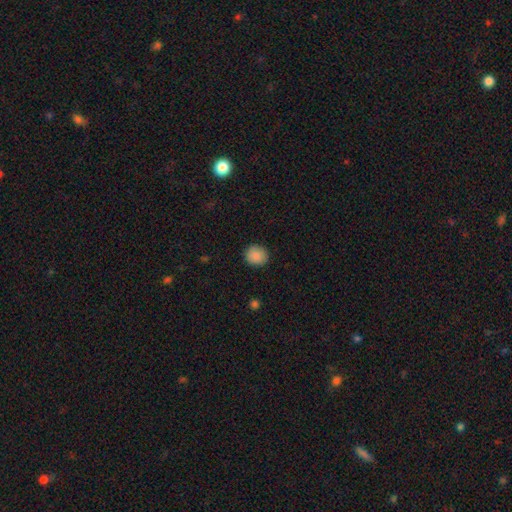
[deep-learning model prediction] Smooth or featured? smooth (88%)
How rounded? round (86%)
Merging? none (90%)